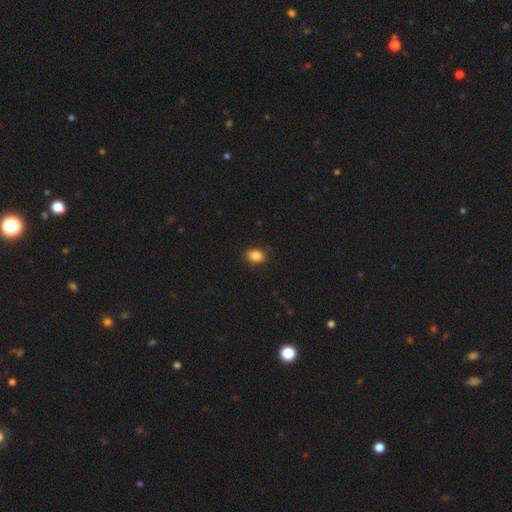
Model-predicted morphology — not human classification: Q: Smooth or featured?
A: smooth (86%); runner-up: star or artifact (9%)
Q: How rounded?
A: in between (74%); runner-up: round (24%)
Q: Merging?
A: none (85%); runner-up: minor disturbance (12%)